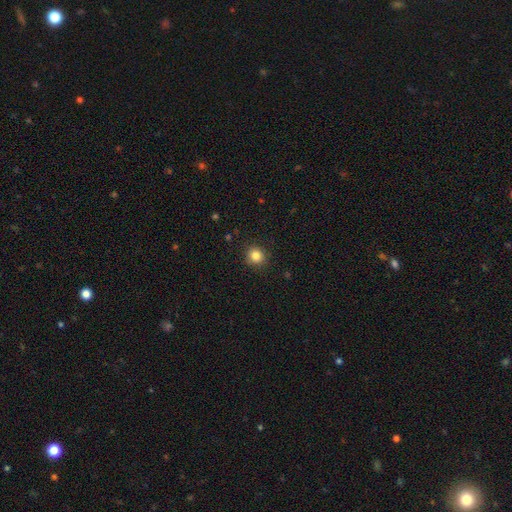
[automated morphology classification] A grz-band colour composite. It shows a smooth galaxy with no disk features (84%) that is round (85%). Merging: none (89%).